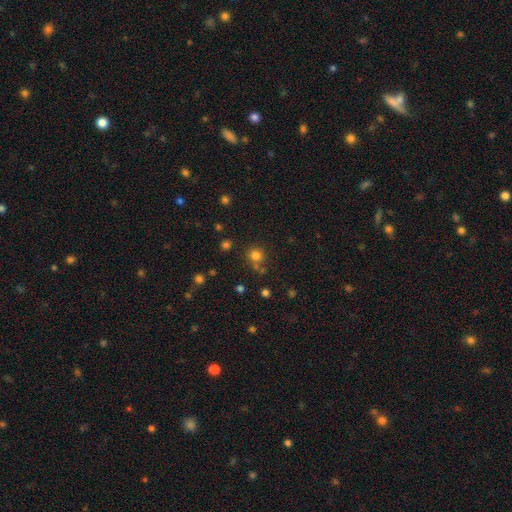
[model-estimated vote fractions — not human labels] Smooth or featured?
  - smooth: 76% *
  - star or artifact: 18%
  - featured or disk: 6%
How rounded?
  - round: 89% *
  - in between: 10%
  - cigar-shaped: 1%
Merging?
  - none: 69% *
  - merger: 16%
  - minor disturbance: 11%
  - major disturbance: 4%